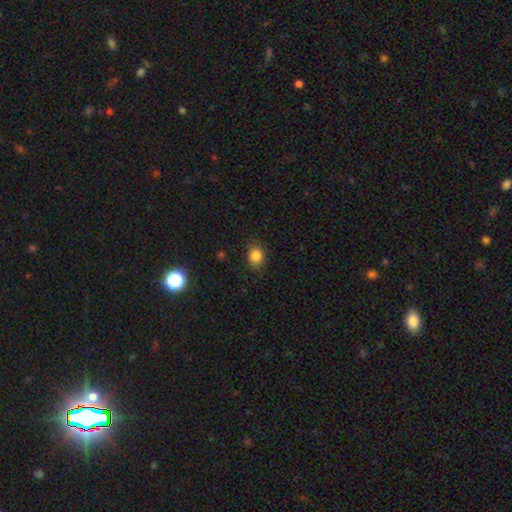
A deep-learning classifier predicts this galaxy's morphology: smooth-or-featured: smooth: 83% | star or artifact: 11% | featured or disk: 6%
  how-rounded: round: 52% | in between: 47% | cigar-shaped: 1%
  merging: none: 84% | minor disturbance: 12% | major disturbance: 3% | merger: 1%